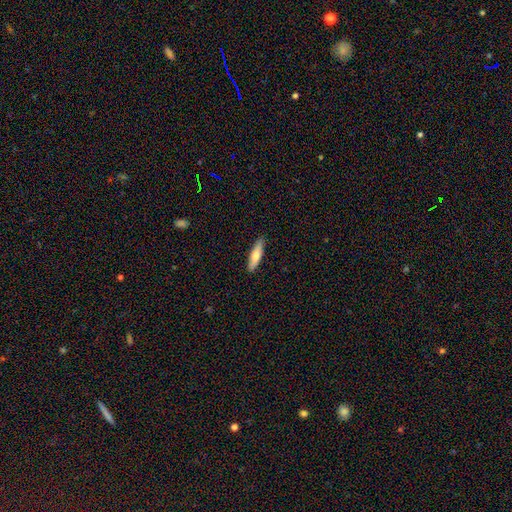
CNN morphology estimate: This appears to be a smooth galaxy with no disk features (70%) that is cigar-shaped (74%). Merging: none (88%).